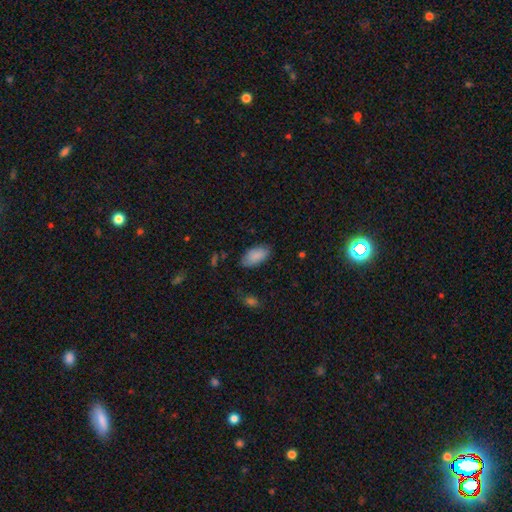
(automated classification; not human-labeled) Q: Smooth or featured?
A: smooth (88%); runner-up: star or artifact (7%)
Q: How rounded?
A: in between (94%); runner-up: cigar-shaped (3%)
Q: Merging?
A: none (80%); runner-up: minor disturbance (15%)